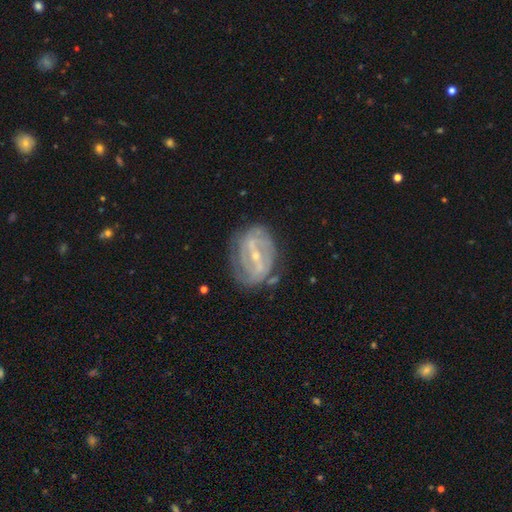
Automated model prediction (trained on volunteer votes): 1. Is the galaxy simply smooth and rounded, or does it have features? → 81% featured or disk, 11% smooth, 8% star or artifact.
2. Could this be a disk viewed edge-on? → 95% no, 5% yes.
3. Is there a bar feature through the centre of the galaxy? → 50% strong, 37% weak, 14% no.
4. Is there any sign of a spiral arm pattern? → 80% yes, 20% no.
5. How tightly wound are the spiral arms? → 50% tight, 35% medium, 16% loose.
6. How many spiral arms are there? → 47% 2, 34% can't tell, 8% 3, 4% 1, 4% 4, 3% more than 4.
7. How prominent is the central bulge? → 71% small, 25% moderate, 2% none, 1% large, 1% dominant.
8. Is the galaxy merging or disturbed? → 68% none, 20% minor disturbance, 9% major disturbance, 3% merger.